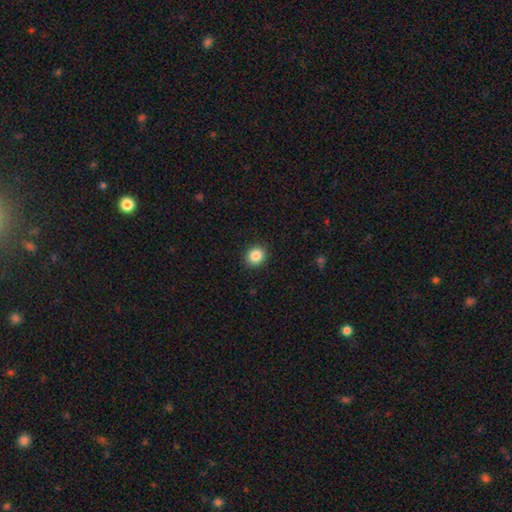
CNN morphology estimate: Smooth or featured? Predicted: smooth (p=0.86). How rounded? Predicted: round (p=0.70). Merging? Predicted: none (p=0.91).